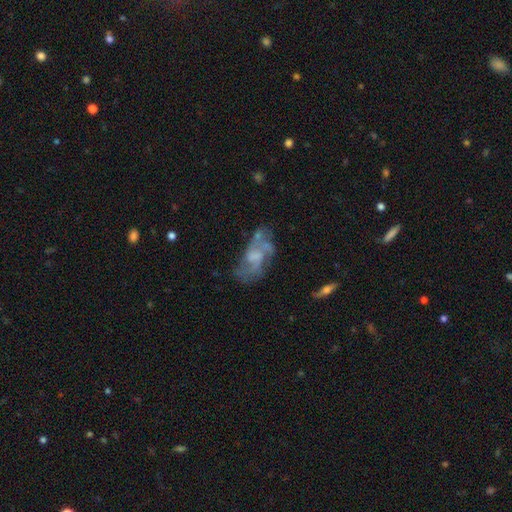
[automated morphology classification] A featured or disk galaxy (71%) with no bar (53%), spiral arms (74%) and no central bulge (42%).

Vote fractions:
- Smooth or featured? featured or disk: 71% / smooth: 20% / star or artifact: 9%
- Edge-on disk? no: 95% / yes: 5%
- Bar? no: 53% / weak: 39% / strong: 8%
- Spiral arms? yes: 74% / no: 26%
- Bulge size? none: 42% / moderate: 26% / small: 24% / large: 7% / dominant: 1%
- Merging? none: 50% / minor disturbance: 22% / major disturbance: 21% / merger: 7%